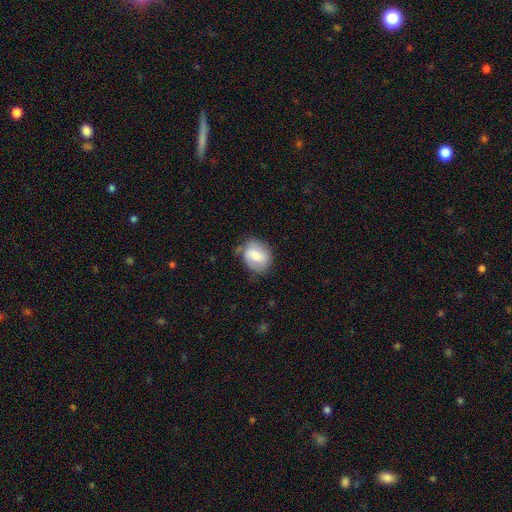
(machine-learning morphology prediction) type=smooth (67%); roundness=round (52%); merging=none (63%).